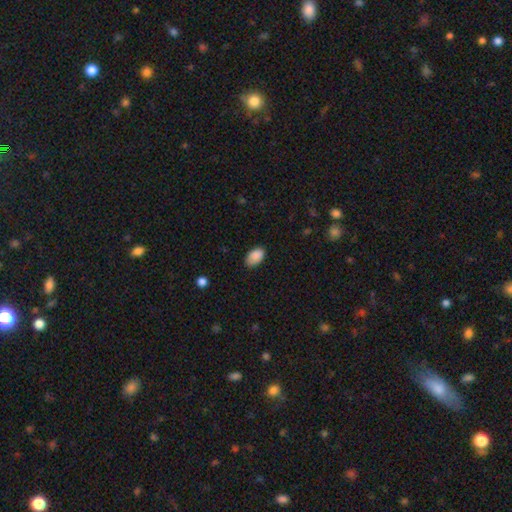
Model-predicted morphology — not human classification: smooth_or_featured: smooth (p=0.88) [alt: star or artifact p=0.07]
how_rounded: in between (p=0.92) [alt: round p=0.07]
merging: none (p=0.75) [alt: minor disturbance p=0.21]